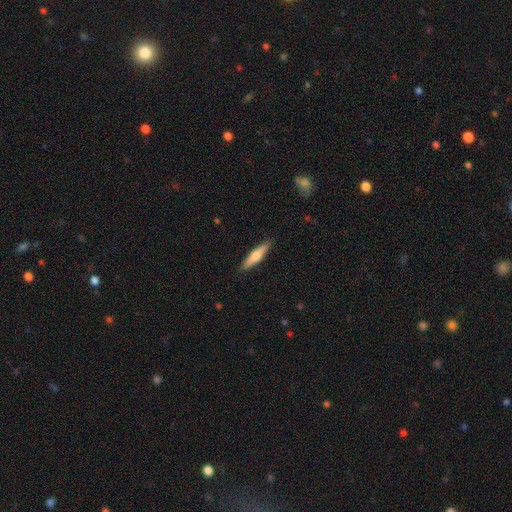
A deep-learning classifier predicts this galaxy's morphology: Overall: smooth (55%; featured or disk 40%). How rounded: cigar-shaped (83%). Merging: none (90%).